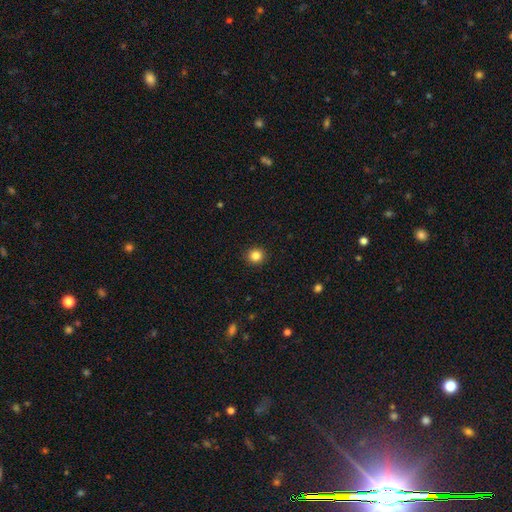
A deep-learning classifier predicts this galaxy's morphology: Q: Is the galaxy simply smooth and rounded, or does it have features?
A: smooth — 85%.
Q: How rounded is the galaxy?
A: round — 90%.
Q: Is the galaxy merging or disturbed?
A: none — 92%.